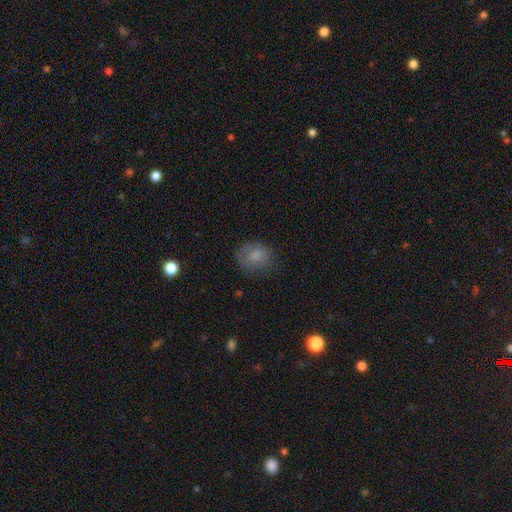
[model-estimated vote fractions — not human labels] smooth-or-featured: smooth: 78% | featured or disk: 12% | star or artifact: 10%
  how-rounded: round: 66% | in between: 33% | cigar-shaped: 1%
  merging: none: 70% | minor disturbance: 20% | major disturbance: 8% | merger: 1%